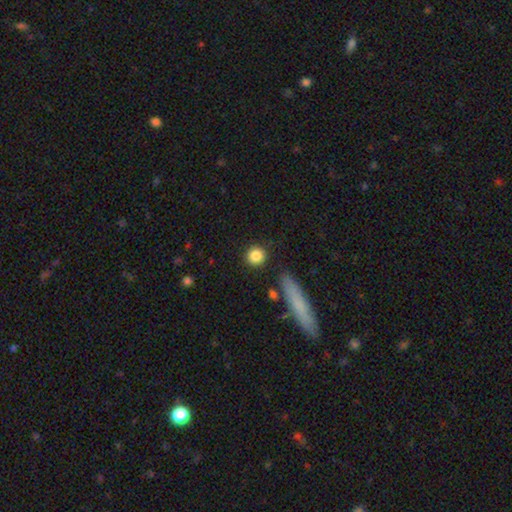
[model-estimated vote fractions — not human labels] A smooth galaxy with no disk features (85%) that is round (92%). Merging: none (88%).